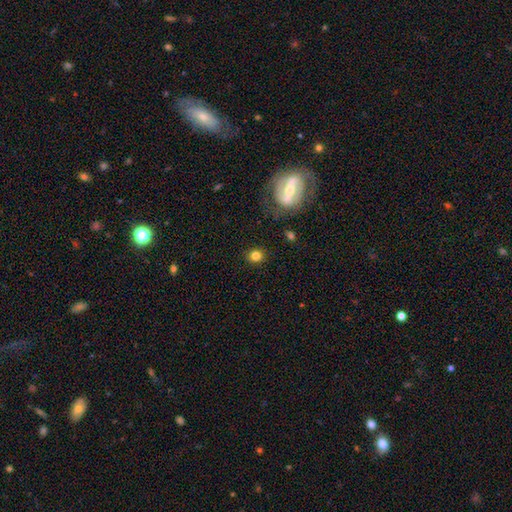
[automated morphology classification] Smooth or featured? Predicted: smooth (p=0.82). How rounded? Predicted: round (p=0.85). Merging? Predicted: none (p=0.89).